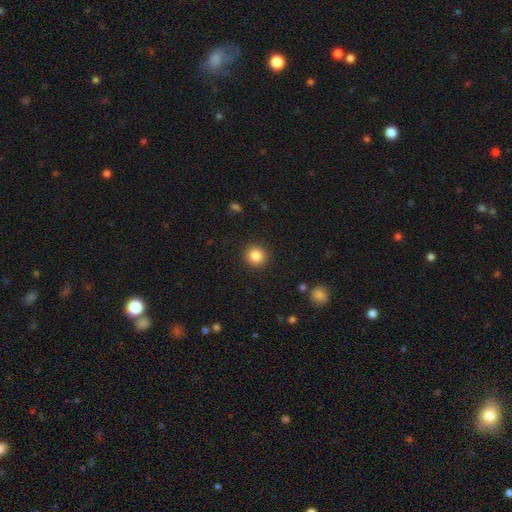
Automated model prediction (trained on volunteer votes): smooth-or-featured: smooth: 85% | star or artifact: 10% | featured or disk: 5%
  how-rounded: round: 93% | in between: 6% | cigar-shaped: 1%
  merging: none: 91% | minor disturbance: 6% | major disturbance: 2% | merger: 1%